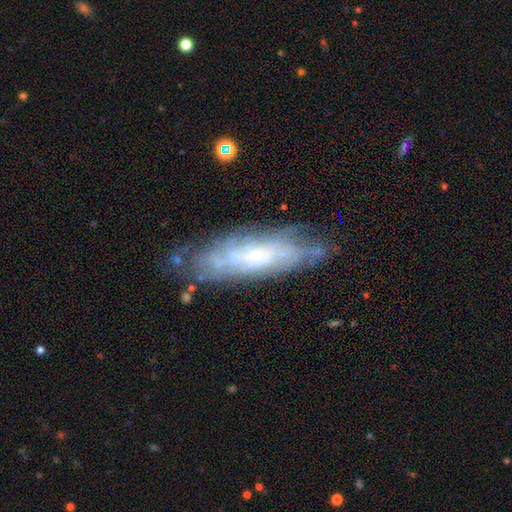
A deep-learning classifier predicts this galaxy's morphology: Smooth or featured?
  - featured or disk: 71% *
  - smooth: 21%
  - star or artifact: 8%
Edge-on disk?
  - no: 77% *
  - yes: 23%
Bar?
  - no: 75% *
  - weak: 20%
  - strong: 5%
Spiral arms?
  - yes: 76% *
  - no: 24%
Bulge size?
  - small: 75% *
  - moderate: 17%
  - none: 6%
  - large: 2%
  - dominant: 1%
Merging?
  - none: 71% *
  - minor disturbance: 19%
  - major disturbance: 6%
  - merger: 3%